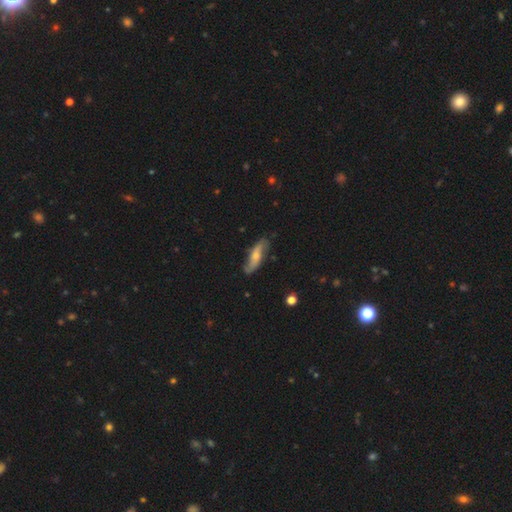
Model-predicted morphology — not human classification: This appears to be a featured or disk galaxy (58%). Merging: none (77%).